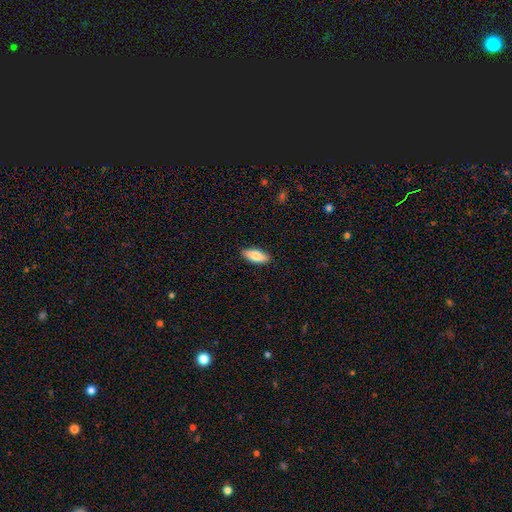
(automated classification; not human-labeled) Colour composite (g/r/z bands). It shows a smooth galaxy with no disk features (83%) that is in between round and cigar-shaped (81%). Merging: none (88%).